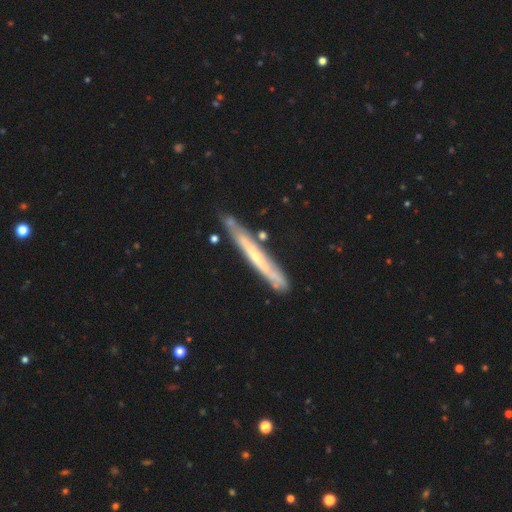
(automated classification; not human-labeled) featured or disk 63%, smooth 31%, star or artifact 6%. Down the decision tree: edge-on disk — yes (83%); edge-on bulge — none (62%); merging — none (75%).